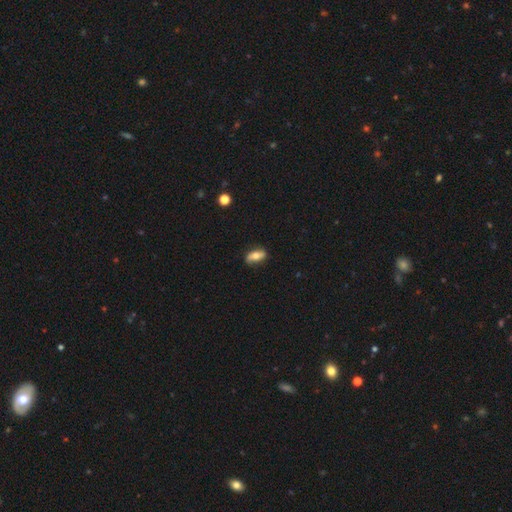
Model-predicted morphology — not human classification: smooth 57%, featured or disk 36%, star or artifact 7%. Down the decision tree: how rounded — in between (82%); merging — none (75%).